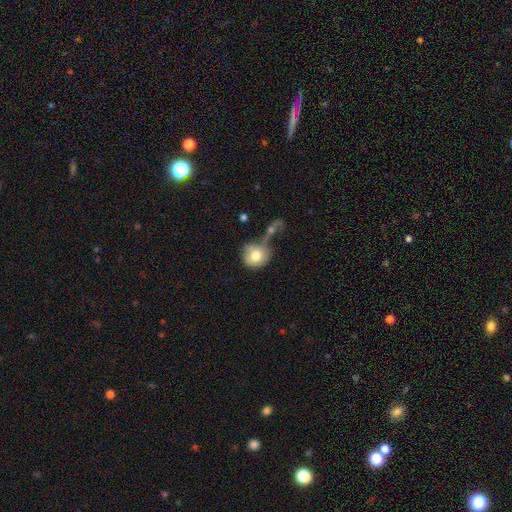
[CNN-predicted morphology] smooth-or-featured: smooth: 73% | featured or disk: 20% | star or artifact: 7%
  how-rounded: round: 83% | in between: 16% | cigar-shaped: 1%
  merging: merger: 38% | none: 26% | major disturbance: 21% | minor disturbance: 15%